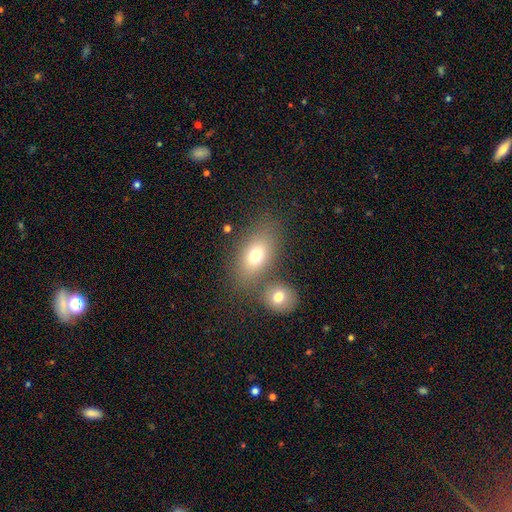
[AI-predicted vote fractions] Overall: smooth (73%). How rounded: in between (79%). Merging: none (59%; merger 26%).